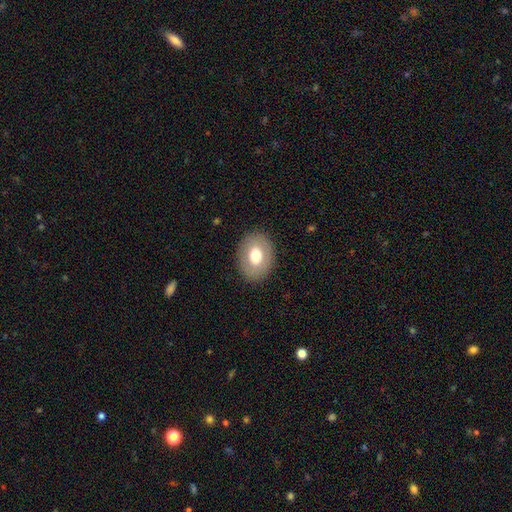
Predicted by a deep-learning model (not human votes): Smooth or featured: smooth — 67% (featured or disk — 25%)
How rounded: in between — 69% (round — 30%)
Merging: none — 86% (minor disturbance — 9%)